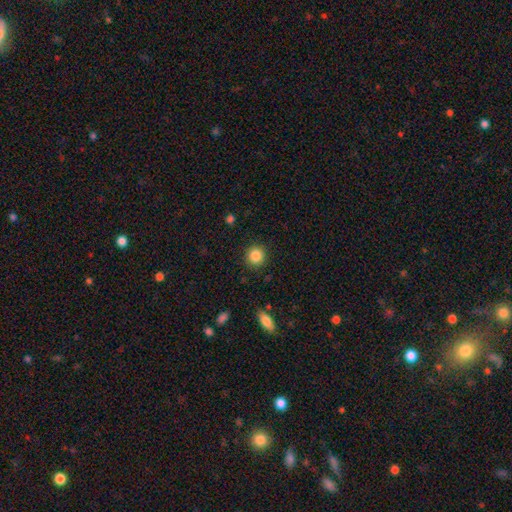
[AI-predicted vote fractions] Overall: smooth (86%). How rounded: round (90%). Merging: none (90%).